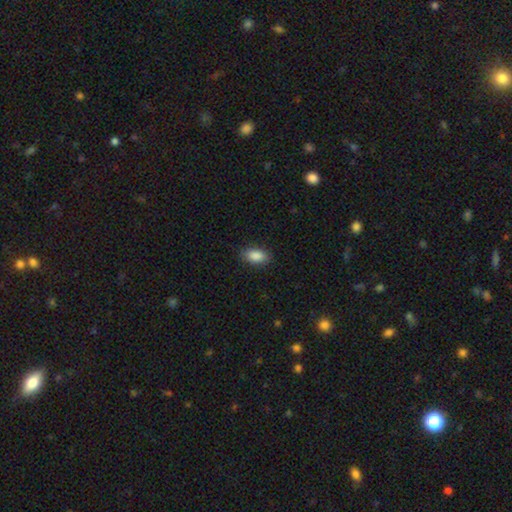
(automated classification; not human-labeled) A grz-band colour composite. It shows a smooth galaxy with no disk features (89%) that is in between round and cigar-shaped (92%). Merging: none (86%).